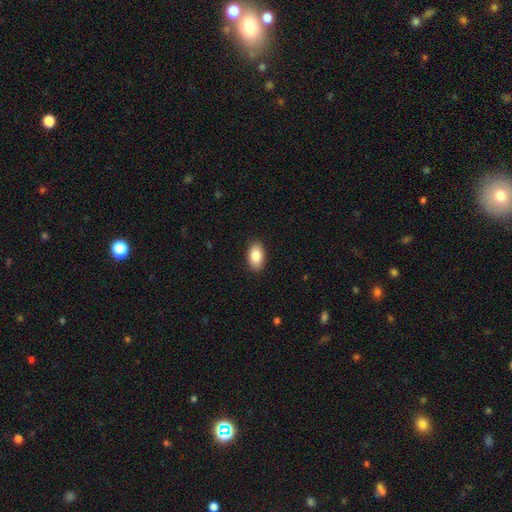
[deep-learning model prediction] smooth_or_featured: smooth (p=0.86) [alt: featured or disk p=0.08]
how_rounded: in between (p=0.93) [alt: round p=0.05]
merging: none (p=0.89) [alt: minor disturbance p=0.08]